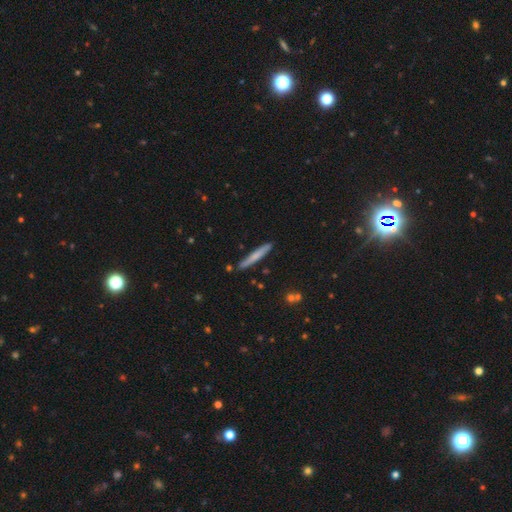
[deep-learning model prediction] smooth-or-featured: smooth: 63% | featured or disk: 32% | star or artifact: 6%
  how-rounded: cigar-shaped: 95% | in between: 3% | round: 1%
  merging: none: 85% | minor disturbance: 10% | merger: 3% | major disturbance: 2%